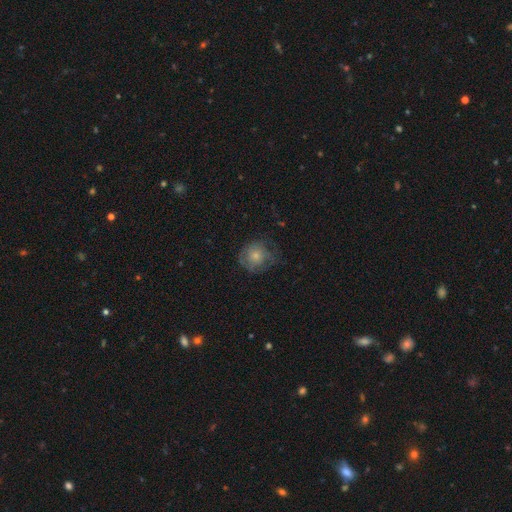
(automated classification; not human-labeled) Smooth or featured? Predicted: smooth (p=0.67). How rounded? Predicted: round (p=0.84). Merging? Predicted: none (p=0.57).